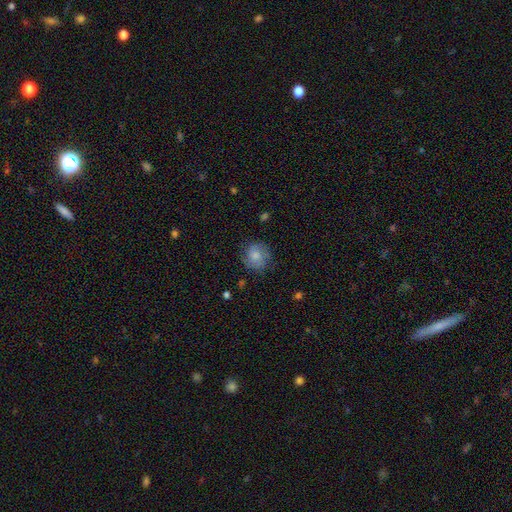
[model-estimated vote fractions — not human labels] Morphology: type=smooth (67%); roundness=round (83%); merging=none (73%).